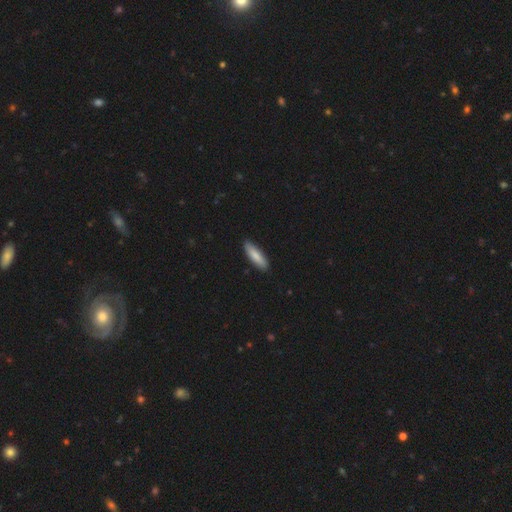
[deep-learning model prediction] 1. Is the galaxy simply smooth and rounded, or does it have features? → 83% smooth, 12% featured or disk, 5% star or artifact.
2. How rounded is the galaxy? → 65% cigar-shaped, 34% in between, 1% round.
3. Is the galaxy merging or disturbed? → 89% none, 9% minor disturbance, 2% major disturbance, 1% merger.